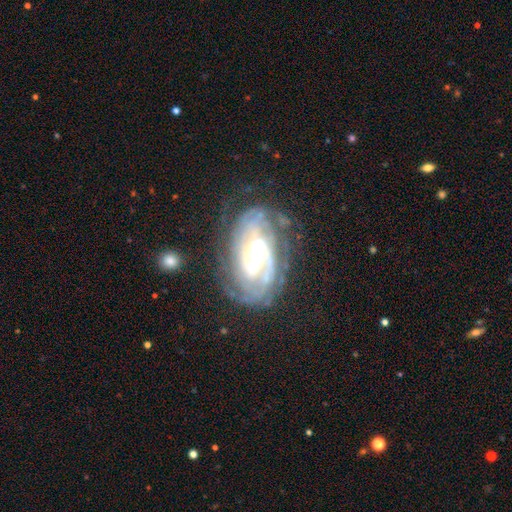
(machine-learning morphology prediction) This is clearly a featured or disk galaxy (86%). It is clearly not viewed edge-on (95%). Bar: marginally strong (42%). Spiral arm pattern: clearly yes (94%). Spiral arm count: marginally 2 (32%). Spiral winding: likely tight (64%). Central bulge: possibly moderate (49%). Merging: likely none (67%).